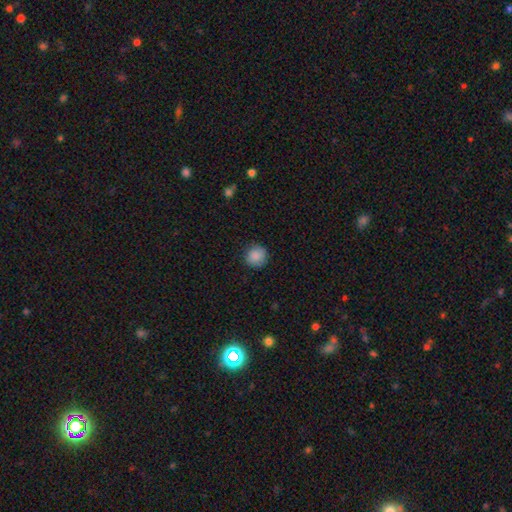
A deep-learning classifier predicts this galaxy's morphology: type=smooth (88%); roundness=round (91%); merging=none (90%).